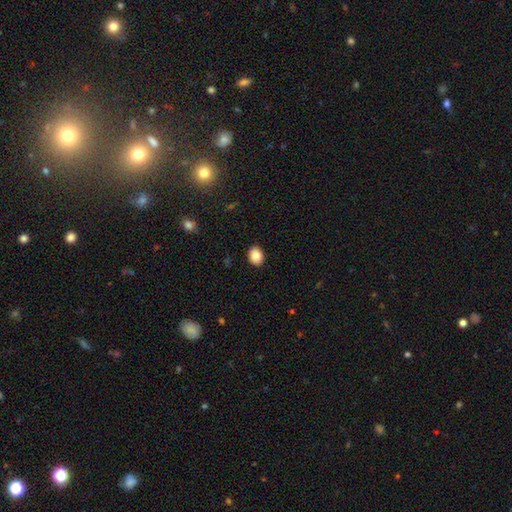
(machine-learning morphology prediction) Q: Smooth or featured?
A: smooth (85%); runner-up: star or artifact (8%)
Q: How rounded?
A: in between (60%); runner-up: round (39%)
Q: Merging?
A: none (91%); runner-up: minor disturbance (7%)